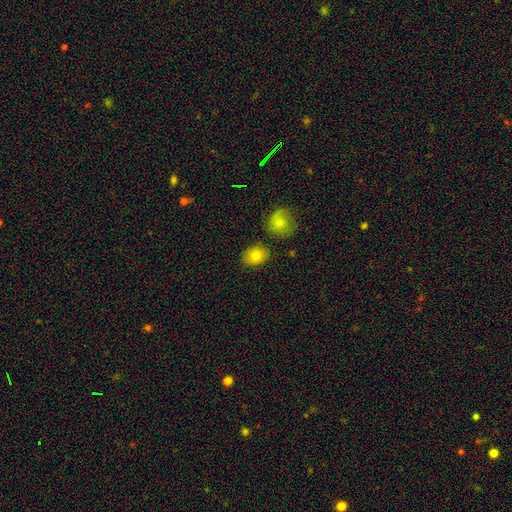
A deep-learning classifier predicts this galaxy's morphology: smooth 79%, featured or disk 11%, star or artifact 9%. Down the decision tree: how rounded — in between (60%); merging — none (81%).